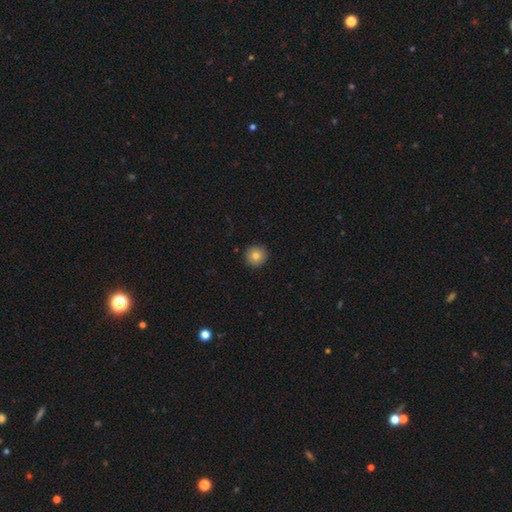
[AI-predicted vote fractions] Smooth or featured?
  - smooth: 80% *
  - star or artifact: 10%
  - featured or disk: 10%
How rounded?
  - round: 94% *
  - in between: 5%
  - cigar-shaped: 1%
Merging?
  - none: 92% *
  - minor disturbance: 5%
  - major disturbance: 2%
  - merger: 1%